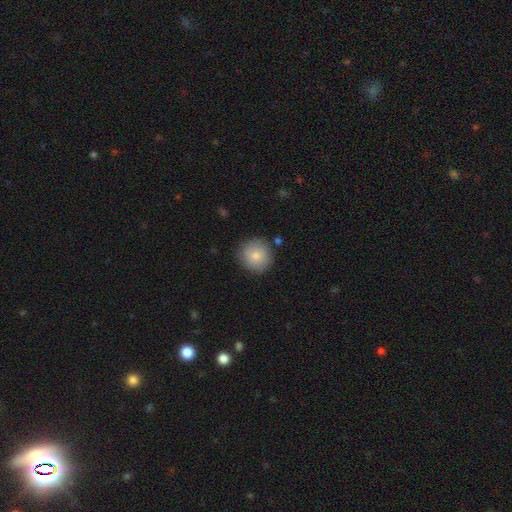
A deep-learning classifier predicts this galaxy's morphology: type=smooth (81%); roundness=round (93%); merging=none (85%).